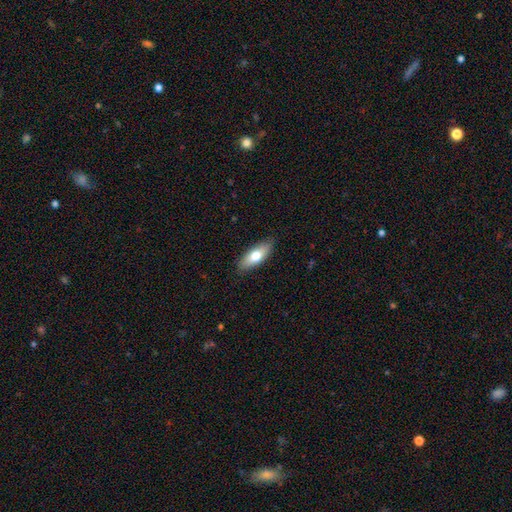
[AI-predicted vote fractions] smooth 70%, featured or disk 24%, star or artifact 6%. Down the decision tree: how rounded — in between (69%); merging — none (87%).